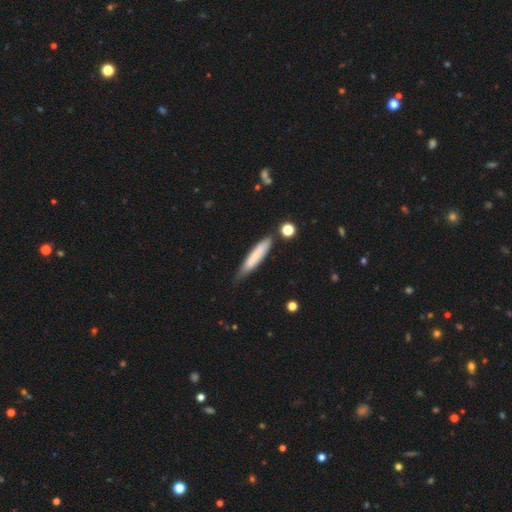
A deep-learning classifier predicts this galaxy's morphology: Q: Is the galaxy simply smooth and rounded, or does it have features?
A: smooth — 73%.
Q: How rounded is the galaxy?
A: cigar-shaped — 88%.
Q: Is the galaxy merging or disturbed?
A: none — 68%.